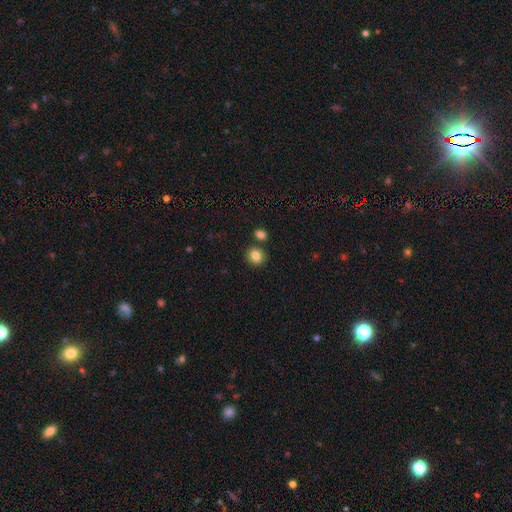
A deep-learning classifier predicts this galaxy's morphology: This appears to be a smooth galaxy with no disk features (84%) that is round (74%). Merging: none (79%).